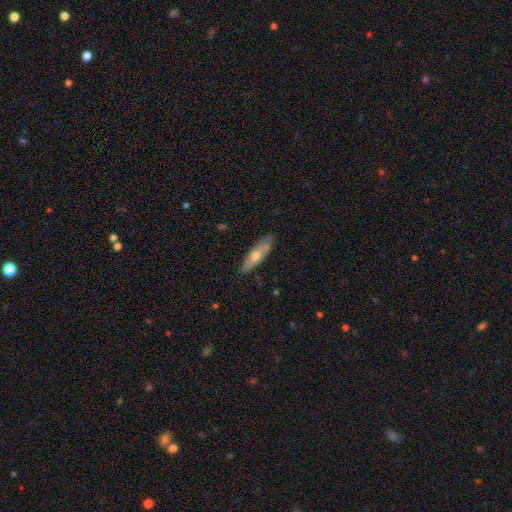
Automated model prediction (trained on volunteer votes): Q: Smooth or featured?
A: smooth (48%); runner-up: featured or disk (46%)
Q: Merging?
A: none (81%); runner-up: minor disturbance (15%)